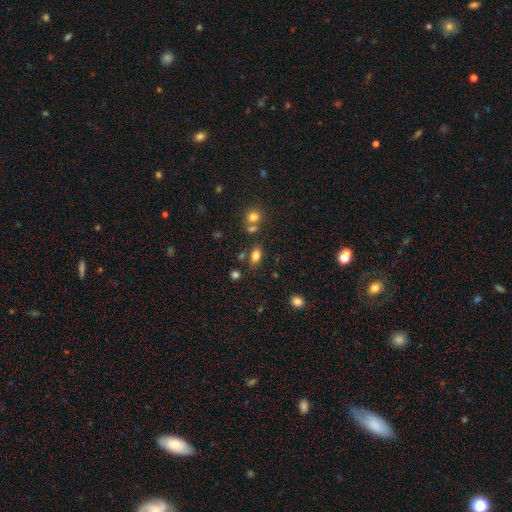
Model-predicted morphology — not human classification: smooth 80%, star or artifact 12%, featured or disk 8%. Down the decision tree: how rounded — in between (85%); merging — none (73%).